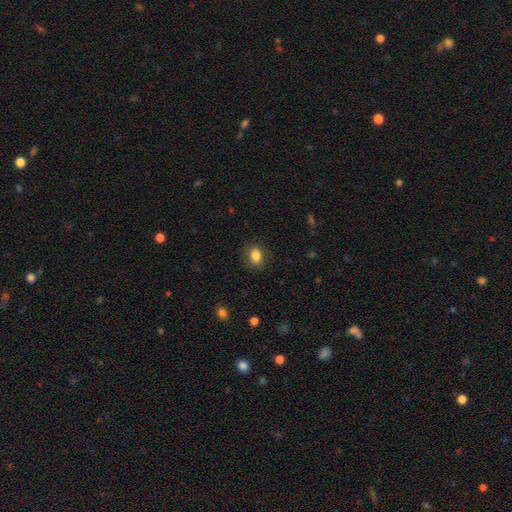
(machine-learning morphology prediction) This appears to be a smooth galaxy with no disk features (84%) that is in between round and cigar-shaped (61%). Merging: none (84%).